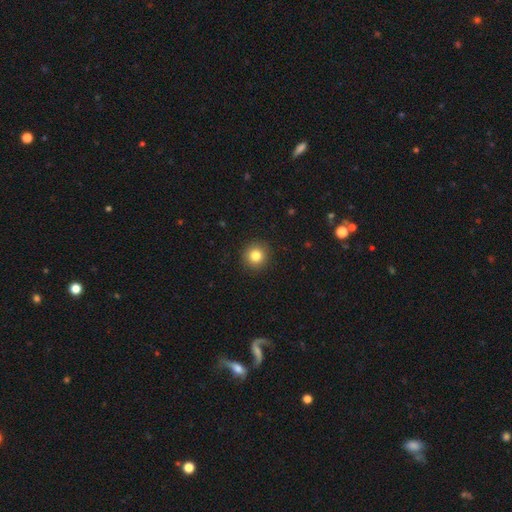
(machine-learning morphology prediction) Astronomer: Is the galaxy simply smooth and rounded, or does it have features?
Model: smooth — 83%.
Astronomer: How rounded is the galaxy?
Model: round — 94%.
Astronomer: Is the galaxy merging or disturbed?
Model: none — 92%.